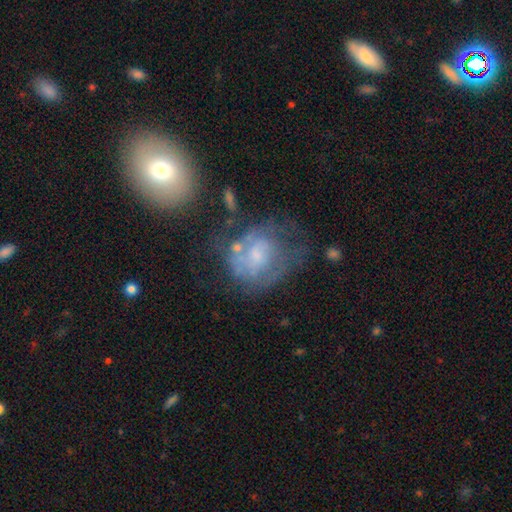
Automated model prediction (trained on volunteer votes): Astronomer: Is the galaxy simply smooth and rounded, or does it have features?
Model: featured or disk — 57% (runner-up: smooth, 34%).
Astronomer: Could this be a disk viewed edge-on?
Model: no — 97%.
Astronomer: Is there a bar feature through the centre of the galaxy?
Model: no — 69%.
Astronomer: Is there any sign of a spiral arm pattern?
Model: yes — 52% (runner-up: no, 48%).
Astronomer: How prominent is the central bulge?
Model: small — 44% (runner-up: moderate, 33%).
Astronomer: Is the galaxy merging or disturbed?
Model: none — 36% (runner-up: major disturbance, 30%).